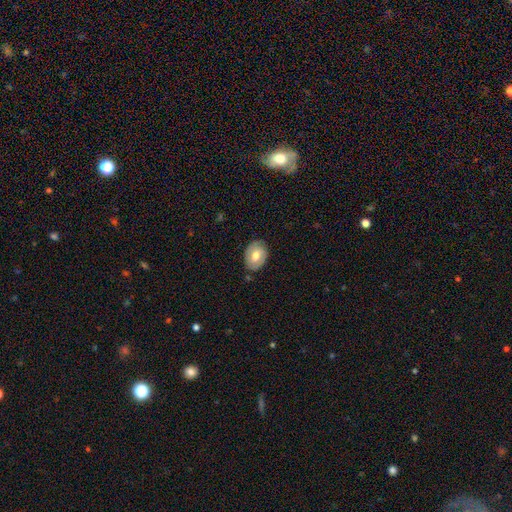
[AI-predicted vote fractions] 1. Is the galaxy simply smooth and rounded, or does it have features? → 56% smooth, 38% featured or disk, 7% star or artifact.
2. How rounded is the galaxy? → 68% in between, 31% round, 1% cigar-shaped.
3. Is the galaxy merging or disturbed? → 78% none, 17% minor disturbance, 4% major disturbance, 2% merger.